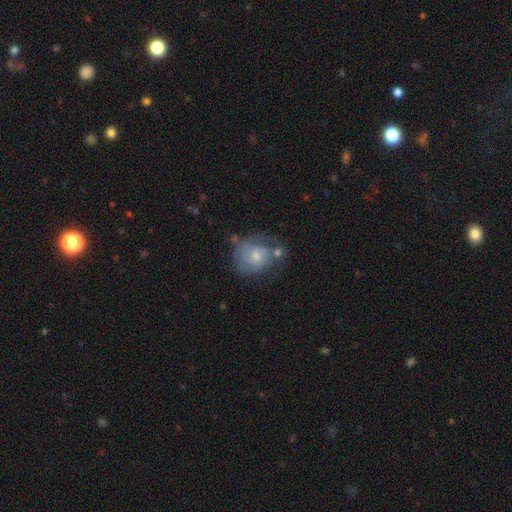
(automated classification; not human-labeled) smooth-or-featured: featured or disk: 58% | smooth: 35% | star or artifact: 8%
  disk-edge-on: no: 98% | yes: 2%
    bar: no: 67% | weak: 30% | strong: 4%
    has-spiral-arms: yes: 74% | no: 26%
    bulge-size: small: 52% | moderate: 38% | none: 6% | large: 3% | dominant: 1%
  merging: none: 43% | minor disturbance: 24% | major disturbance: 18% | merger: 14%